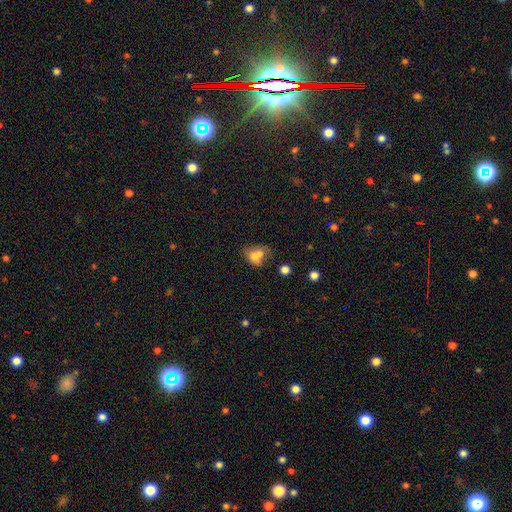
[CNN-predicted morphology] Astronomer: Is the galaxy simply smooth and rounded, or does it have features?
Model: smooth — 67%.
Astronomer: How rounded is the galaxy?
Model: in between — 63%.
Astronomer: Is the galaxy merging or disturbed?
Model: merger — 49% (runner-up: none, 27%).